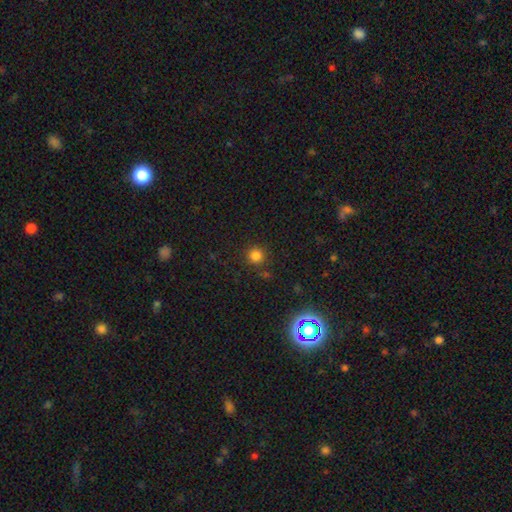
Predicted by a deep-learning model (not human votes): Smooth or featured? smooth (80%)
How rounded? round (94%)
Merging? none (86%)